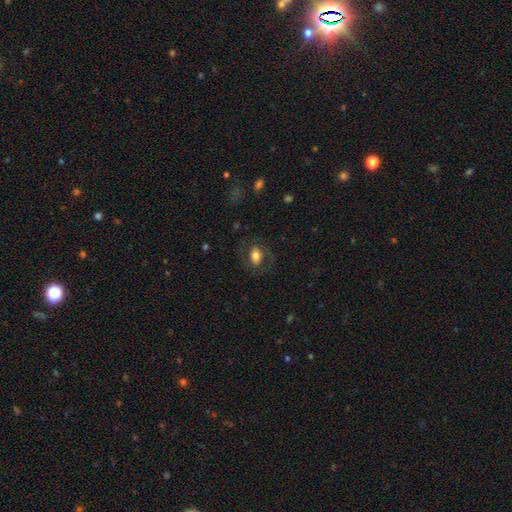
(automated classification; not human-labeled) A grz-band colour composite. It shows a smooth galaxy with no disk features (68%) that is in between round and cigar-shaped (81%). Merging: none (74%).